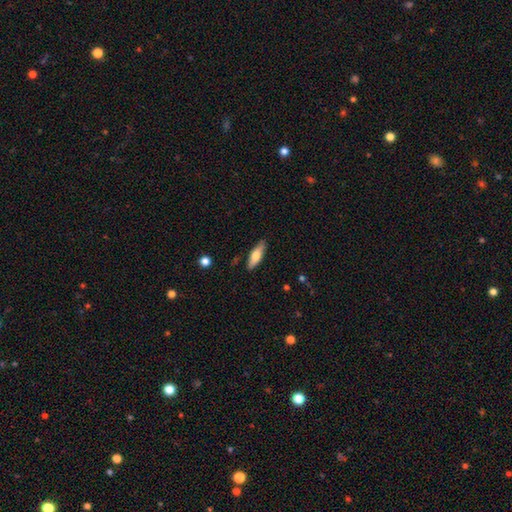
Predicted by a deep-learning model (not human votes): Morphology: type=smooth (67%); roundness=in between (49%, tied with cigar-shaped); merging=none (86%).